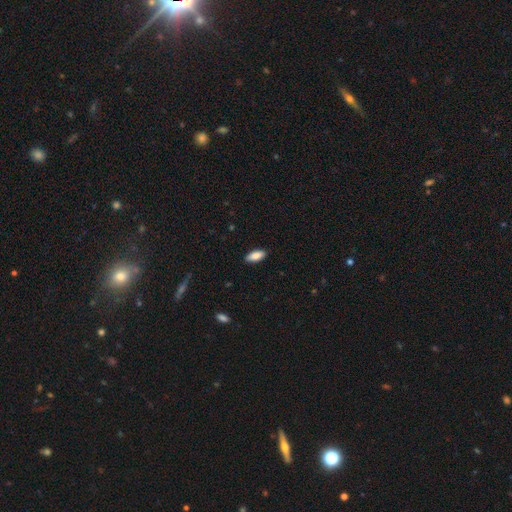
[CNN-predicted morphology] This is clearly a smooth galaxy (86%). How rounded: clearly in between (82%). Merging: clearly none (88%).